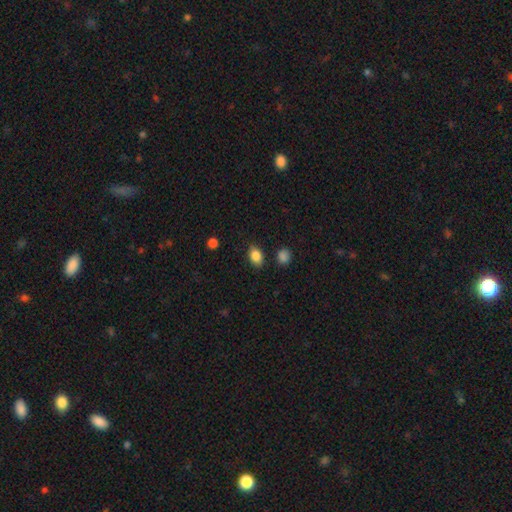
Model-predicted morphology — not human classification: smooth-or-featured: smooth: 85% | star or artifact: 9% | featured or disk: 6%
  how-rounded: in between: 78% | round: 20% | cigar-shaped: 2%
  merging: none: 82% | minor disturbance: 12% | merger: 3% | major disturbance: 3%